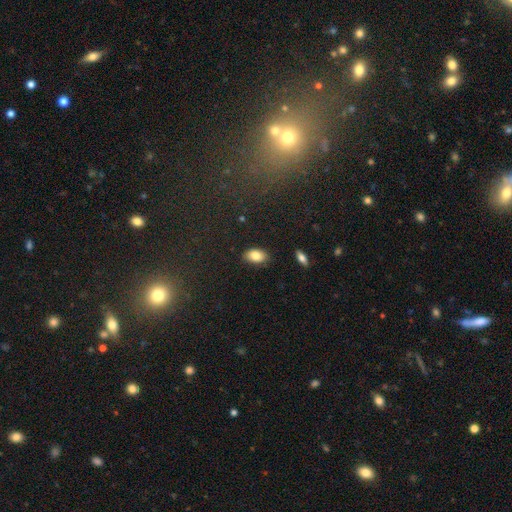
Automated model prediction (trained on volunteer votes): Smooth or featured? Predicted: smooth (p=0.83). How rounded? Predicted: in between (p=0.92). Merging? Predicted: none (p=0.85).